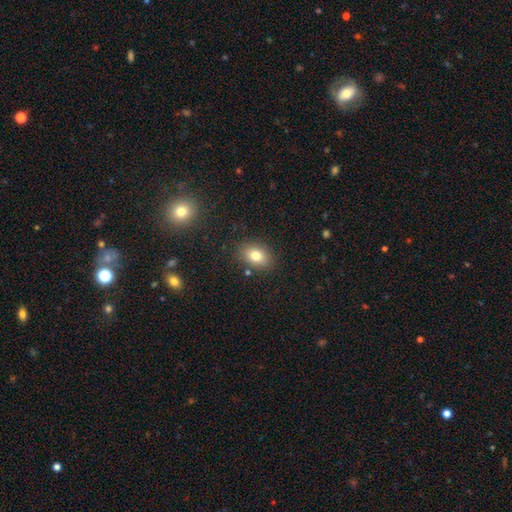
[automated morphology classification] Smooth or featured? smooth (79%)
How rounded? in between (77%)
Merging? none (83%)